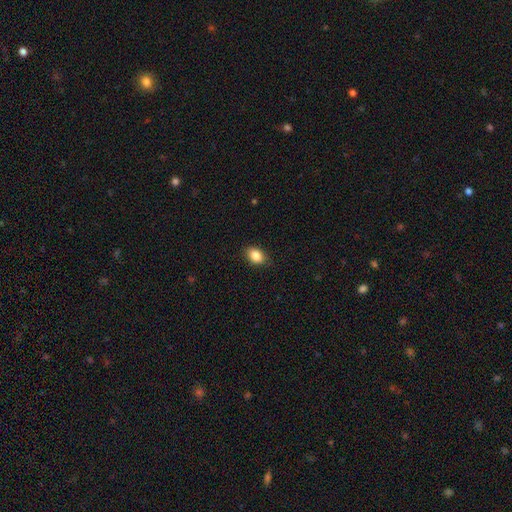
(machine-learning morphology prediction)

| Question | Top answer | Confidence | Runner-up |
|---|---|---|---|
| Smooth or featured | smooth | 86% | star or artifact (9%) |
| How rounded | in between | 79% | round (19%) |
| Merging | none | 86% | minor disturbance (10%) |